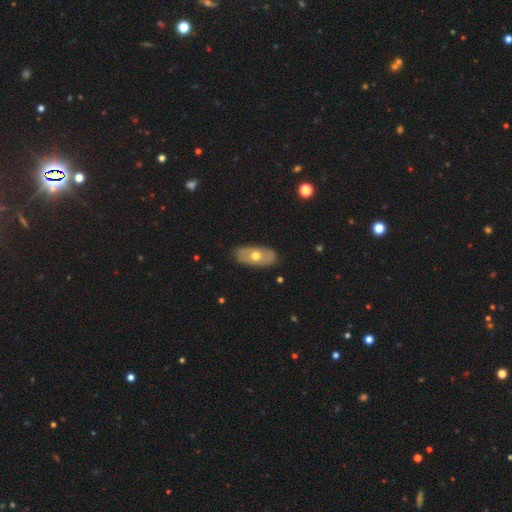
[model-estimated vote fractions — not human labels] This is possibly a featured or disk galaxy (48%). Merging: clearly none (84%).